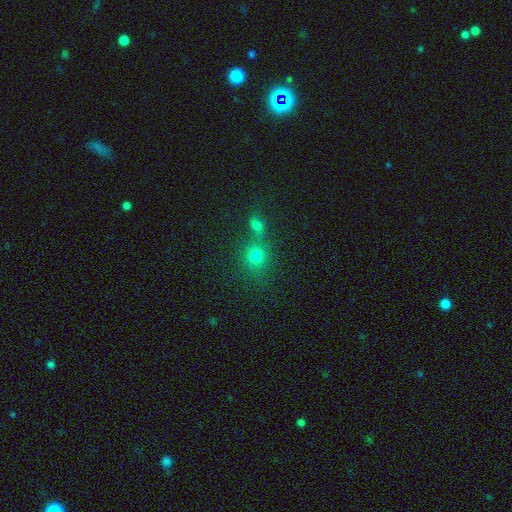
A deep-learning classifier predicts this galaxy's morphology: Smooth or featured? Predicted: smooth (p=0.75). How rounded? Predicted: round (p=0.78). Merging? Predicted: none (p=0.47).